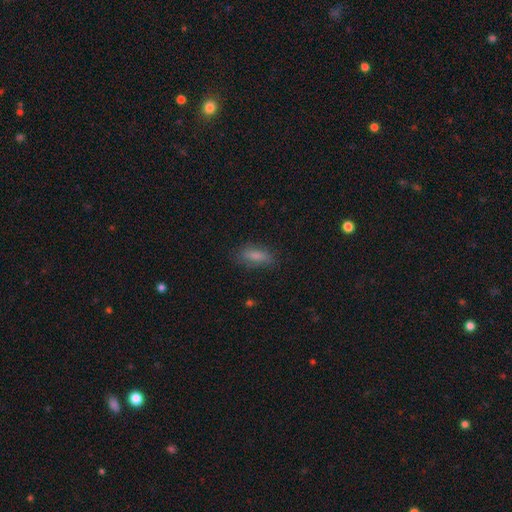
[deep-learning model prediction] The model was most divided on "how rounded": in between: 66%, cigar-shaped: 31%, round: 3%. More confident: smooth or featured — smooth (79%); merging — none (74%).